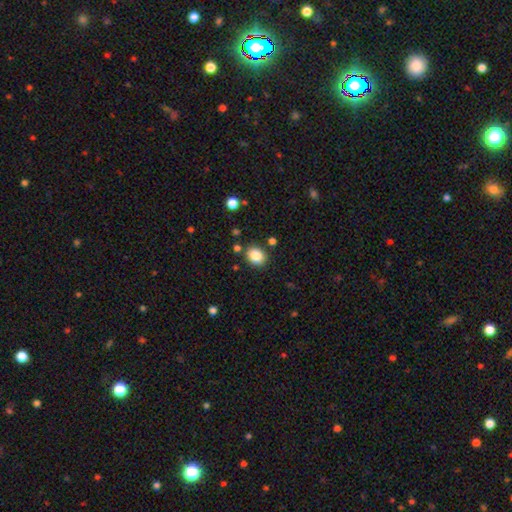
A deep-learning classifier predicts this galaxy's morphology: type=smooth (86%); roundness=round (58%); merging=none (85%).